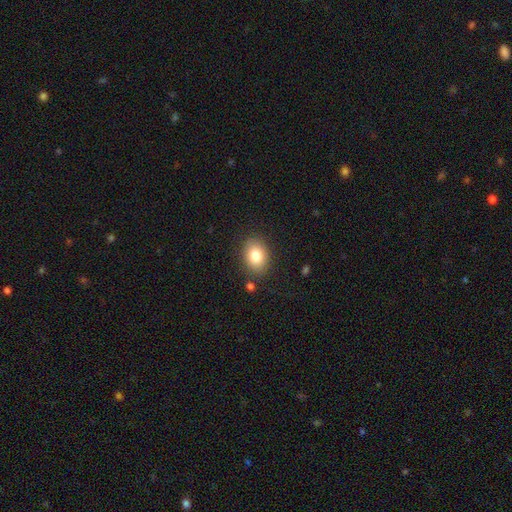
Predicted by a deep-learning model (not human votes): smooth_or_featured: smooth (p=0.82) [alt: featured or disk p=0.09]
how_rounded: in between (p=0.63) [alt: round p=0.36]
merging: none (p=0.84) [alt: minor disturbance p=0.10]